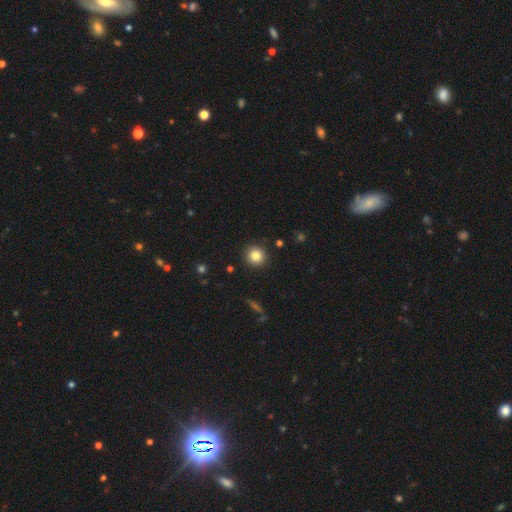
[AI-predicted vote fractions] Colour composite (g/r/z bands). It shows a smooth galaxy with no disk features (84%) that is round (93%). Merging: none (92%).